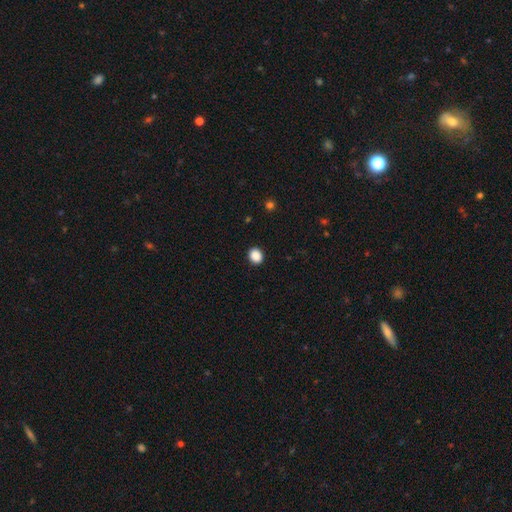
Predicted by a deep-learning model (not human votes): The model was most divided on "how rounded": round: 66%, in between: 33%, cigar-shaped: 1%. More confident: merging — none (92%); smooth or featured — smooth (89%).